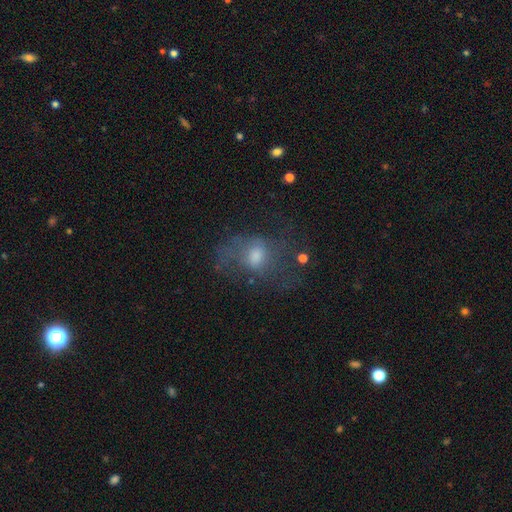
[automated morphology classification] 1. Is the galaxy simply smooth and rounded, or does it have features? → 47% featured or disk, 39% smooth, 14% star or artifact.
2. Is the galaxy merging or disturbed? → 41% none, 36% major disturbance, 20% minor disturbance, 3% merger.